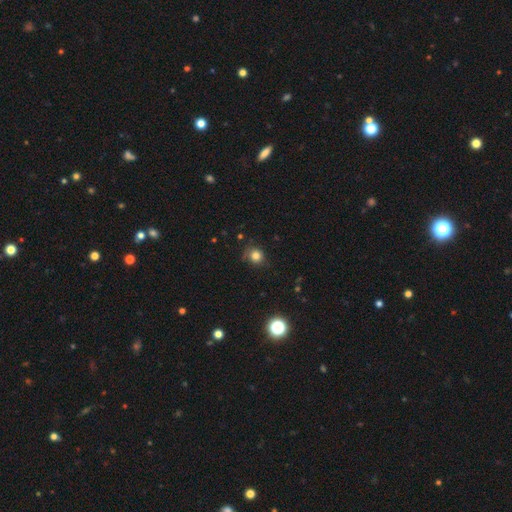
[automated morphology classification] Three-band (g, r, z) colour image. It shows a smooth galaxy with no disk features (80%) that is round (85%). Merging: none (75%).